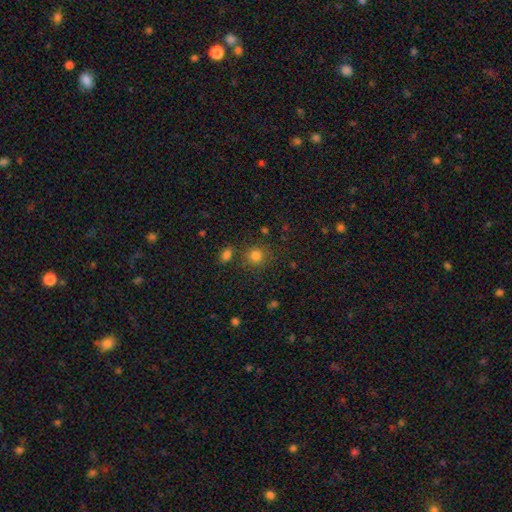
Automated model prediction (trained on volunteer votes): A smooth galaxy with no disk features (80%) that is round (87%). Merging: none (77%).